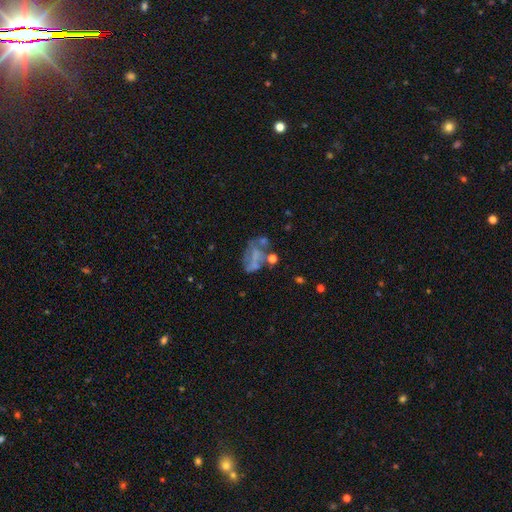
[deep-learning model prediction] This is possibly a featured or disk galaxy (48%). Merging: marginally none (33%).